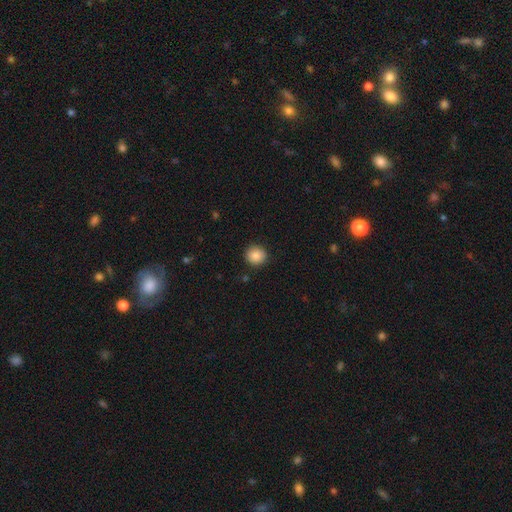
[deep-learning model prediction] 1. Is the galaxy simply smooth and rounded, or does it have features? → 87% smooth, 9% star or artifact, 4% featured or disk.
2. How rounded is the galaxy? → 91% round, 8% in between, 1% cigar-shaped.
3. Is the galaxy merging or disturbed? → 90% none, 7% minor disturbance, 2% major disturbance, 1% merger.